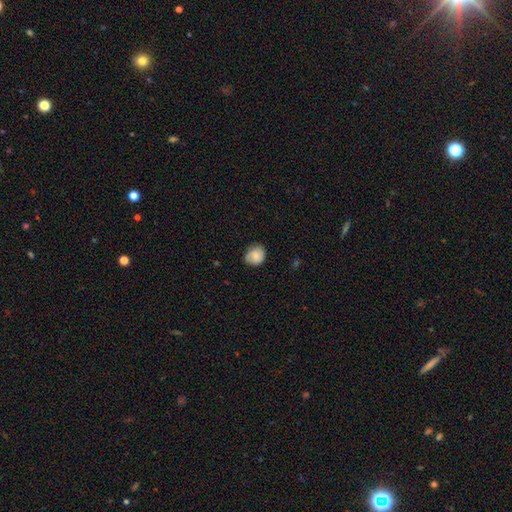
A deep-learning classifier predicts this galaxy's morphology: Q: Smooth or featured?
A: smooth (71%); runner-up: featured or disk (22%)
Q: How rounded?
A: round (71%); runner-up: in between (28%)
Q: Merging?
A: none (71%); runner-up: minor disturbance (23%)